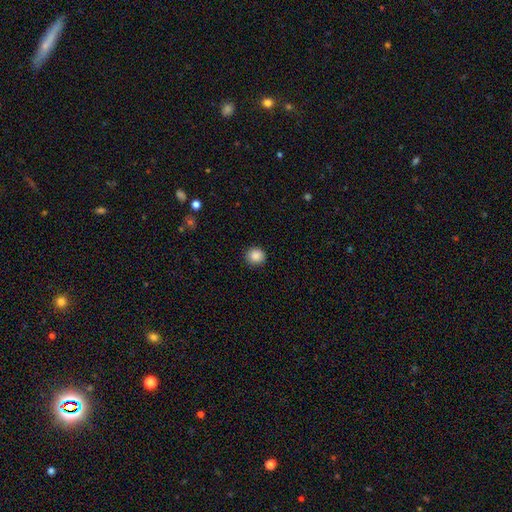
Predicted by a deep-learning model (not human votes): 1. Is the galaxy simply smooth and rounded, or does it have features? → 88% smooth, 9% star or artifact, 3% featured or disk.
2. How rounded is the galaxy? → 91% round, 8% in between, 1% cigar-shaped.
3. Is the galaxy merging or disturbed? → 91% none, 7% minor disturbance, 2% major disturbance, 1% merger.